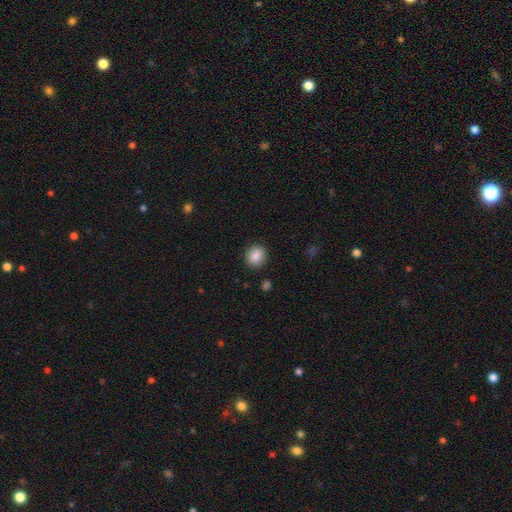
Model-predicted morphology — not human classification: A smooth galaxy with no disk features (87%) that is round (66%).

Vote fractions:
- Smooth or featured? smooth: 87% / star or artifact: 9% / featured or disk: 4%
- How rounded? round: 66% / in between: 33% / cigar-shaped: 1%
- Merging? none: 88% / minor disturbance: 8% / major disturbance: 3% / merger: 1%